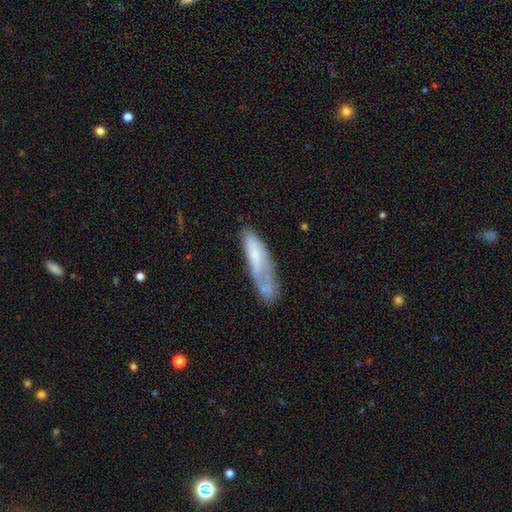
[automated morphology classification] Q: Smooth or featured?
A: smooth (57%); runner-up: featured or disk (36%)
Q: How rounded?
A: cigar-shaped (63%); runner-up: in between (35%)
Q: Merging?
A: none (37%); runner-up: minor disturbance (28%)